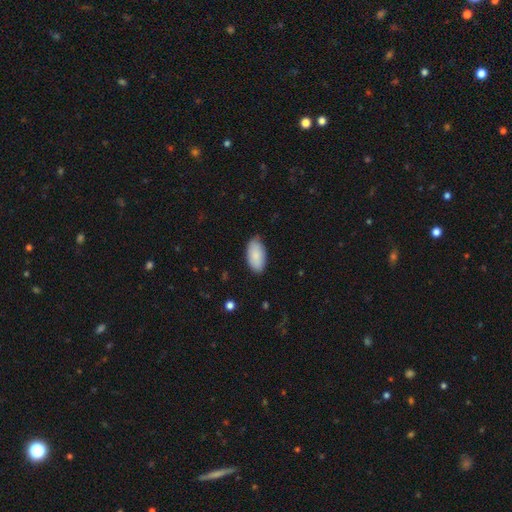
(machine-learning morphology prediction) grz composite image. It shows a smooth galaxy with no disk features (87%) that is in between round and cigar-shaped (95%). Merging: none (80%).